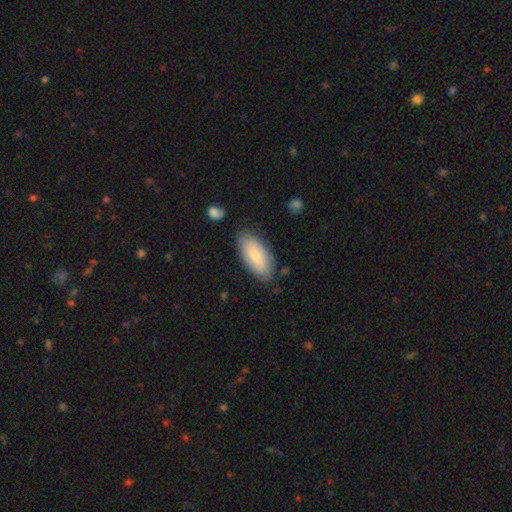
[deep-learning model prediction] This appears to be a smooth galaxy with no disk features (73%) that is in between round and cigar-shaped (89%). Merging: none (80%).